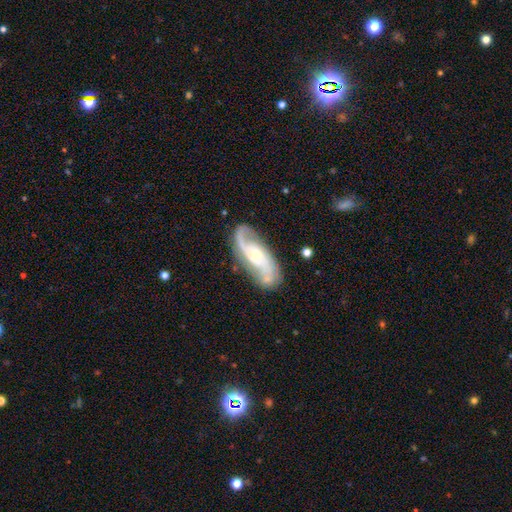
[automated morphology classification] This is clearly a featured or disk galaxy (84%). It is clearly not viewed edge-on (93%). Bar: possibly no (58%). Spiral arm pattern: clearly yes (95%). Spiral arm count: clearly 2 (84%). Spiral winding: possibly medium (46%). Central bulge: possibly small (53%). Merging: likely none (74%).